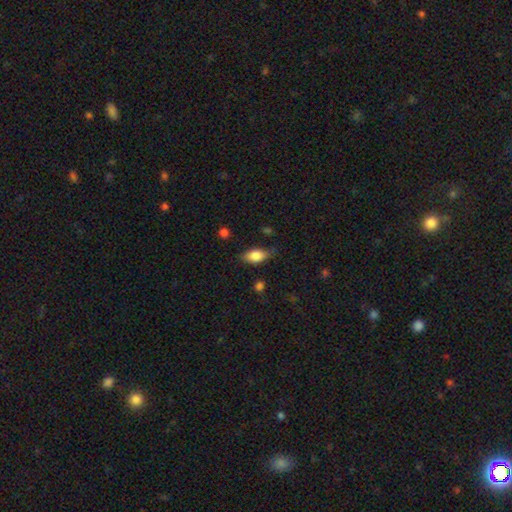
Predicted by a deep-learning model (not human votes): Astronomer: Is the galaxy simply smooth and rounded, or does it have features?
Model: smooth — 80%.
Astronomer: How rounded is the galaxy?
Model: in between — 88%.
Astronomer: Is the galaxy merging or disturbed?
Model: none — 73%.